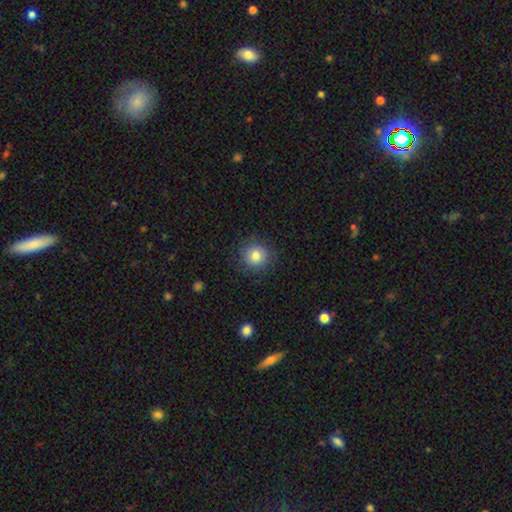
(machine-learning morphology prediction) Smooth or featured? smooth (80%)
How rounded? round (92%)
Merging? none (87%)